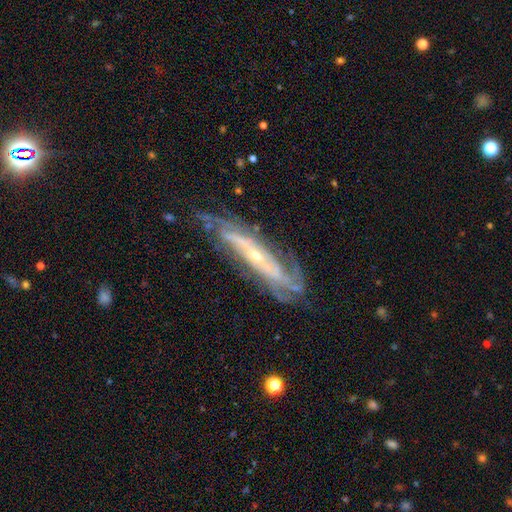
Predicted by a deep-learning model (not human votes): Q: Smooth or featured?
A: featured or disk (87%); runner-up: smooth (7%)
Q: Edge-on disk?
A: no (75%); runner-up: yes (25%)
Q: Bar?
A: no (53%); runner-up: strong (23%)
Q: Spiral arms?
A: yes (95%); runner-up: no (5%)
Q: Spiral winding?
A: tight (58%); runner-up: medium (31%)
Q: Spiral arm count?
A: can't tell (35%); runner-up: 2 (20%)
Q: Bulge size?
A: small (72%); runner-up: moderate (24%)
Q: Merging?
A: none (70%); runner-up: minor disturbance (19%)